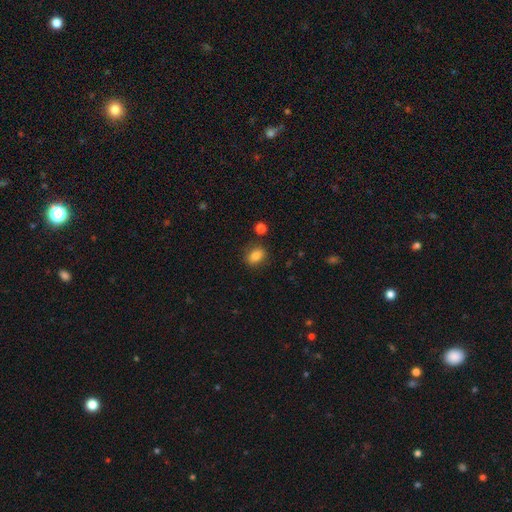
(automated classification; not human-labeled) smooth-or-featured: smooth: 83% | star or artifact: 10% | featured or disk: 7%
  how-rounded: in between: 62% | round: 37% | cigar-shaped: 2%
  merging: none: 82% | minor disturbance: 11% | merger: 4% | major disturbance: 3%